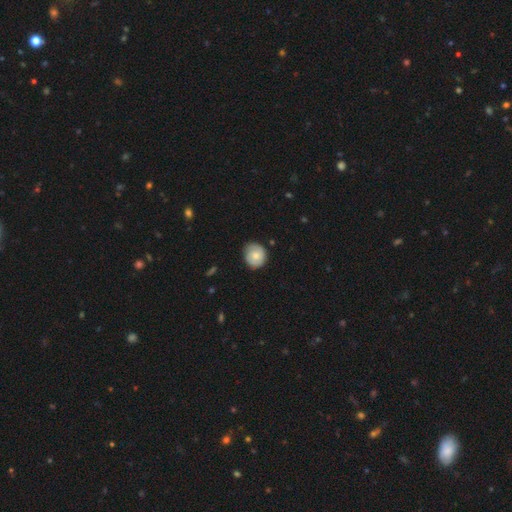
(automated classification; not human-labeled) smooth 65%, featured or disk 28%, star or artifact 7%. Down the decision tree: how rounded — round (82%); merging — none (77%).